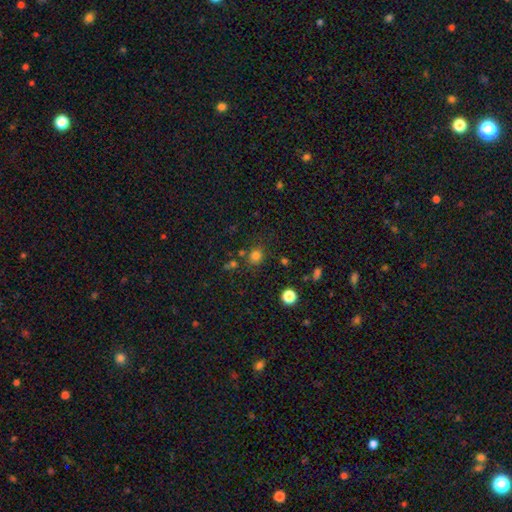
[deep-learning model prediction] smooth_or_featured: smooth (p=0.77) [alt: star or artifact p=0.17]
how_rounded: round (p=0.75) [alt: in between p=0.24]
merging: none (p=0.75) [alt: minor disturbance p=0.12]